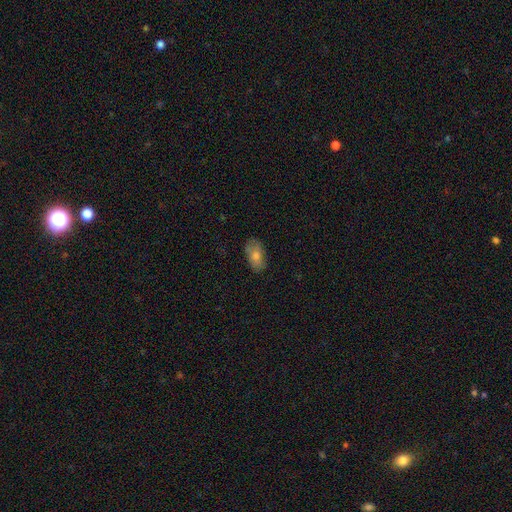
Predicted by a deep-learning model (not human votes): Q: Smooth or featured?
A: smooth (67%); runner-up: featured or disk (24%)
Q: How rounded?
A: in between (90%); runner-up: round (6%)
Q: Merging?
A: none (78%); runner-up: minor disturbance (17%)